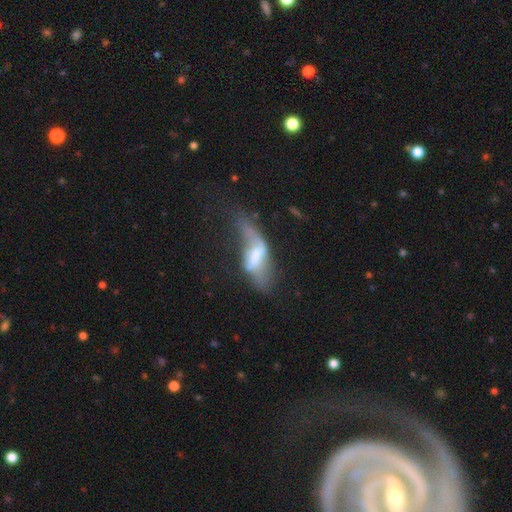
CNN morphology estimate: Q: Smooth or featured?
A: featured or disk (51%); runner-up: smooth (40%)
Q: Edge-on disk?
A: no (82%); runner-up: yes (18%)
Q: Merging?
A: major disturbance (50%); runner-up: minor disturbance (19%)